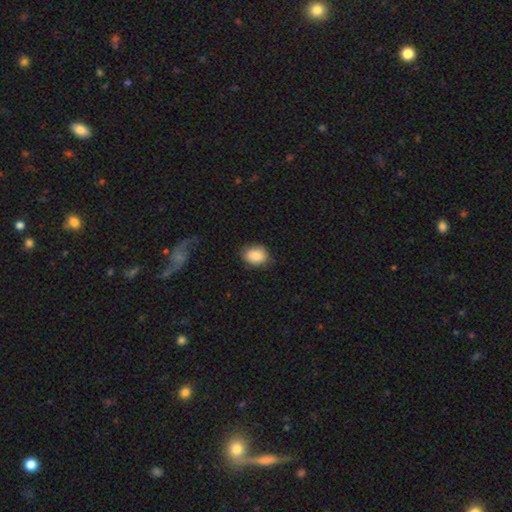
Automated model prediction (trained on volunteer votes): smooth 86%, star or artifact 8%, featured or disk 6%. Down the decision tree: how rounded — in between (57%); merging — none (79%).